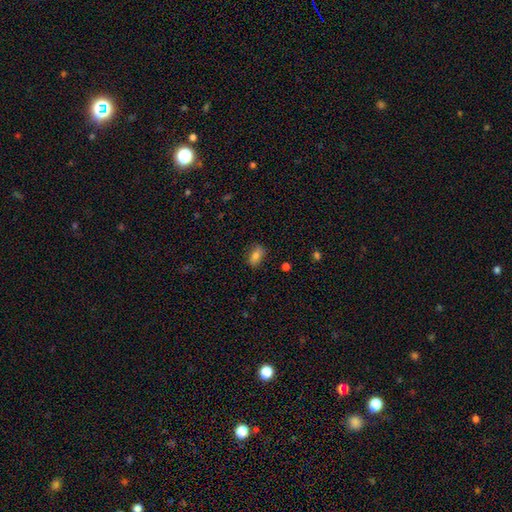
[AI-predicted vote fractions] Smooth or featured?
  - smooth: 79% *
  - featured or disk: 12%
  - star or artifact: 9%
How rounded?
  - in between: 85% *
  - round: 9%
  - cigar-shaped: 6%
Merging?
  - none: 84% *
  - minor disturbance: 13%
  - major disturbance: 3%
  - merger: 1%